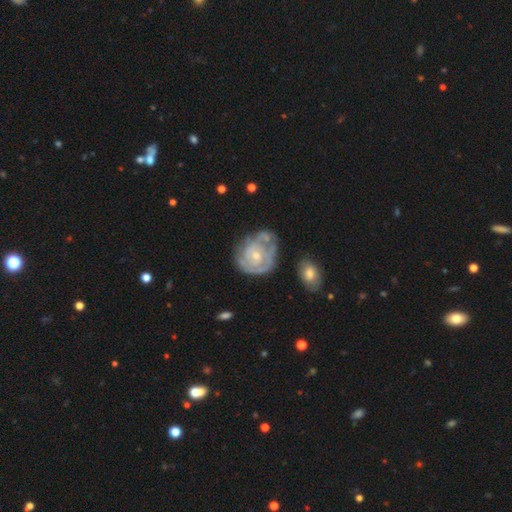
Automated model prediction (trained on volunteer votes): smooth_or_featured: featured or disk (p=0.76) [alt: smooth p=0.18]
disk_edge_on: no (p=0.98) [alt: yes p=0.02]
bar: no (p=0.77) [alt: weak p=0.20]
has_spiral_arms: yes (p=0.80) [alt: no p=0.20]
spiral_winding: tight (p=0.69) [alt: medium p=0.24]
spiral_arm_count: can't tell (p=0.46) [alt: 2 p=0.24]
bulge_size: small (p=0.61) [alt: moderate p=0.34]
merging: none (p=0.55) [alt: minor disturbance p=0.25]